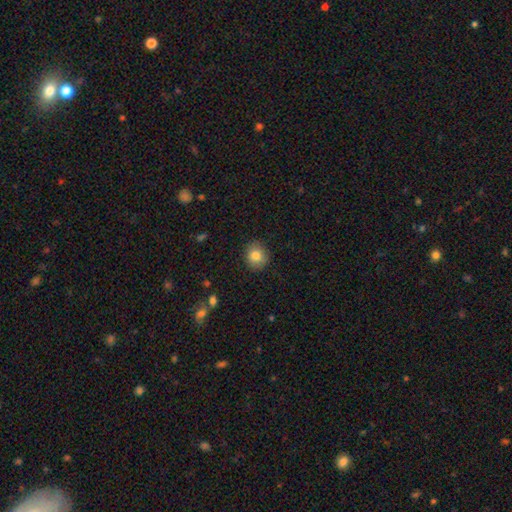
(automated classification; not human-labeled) Smooth or featured? smooth (82%)
How rounded? round (83%)
Merging? none (88%)